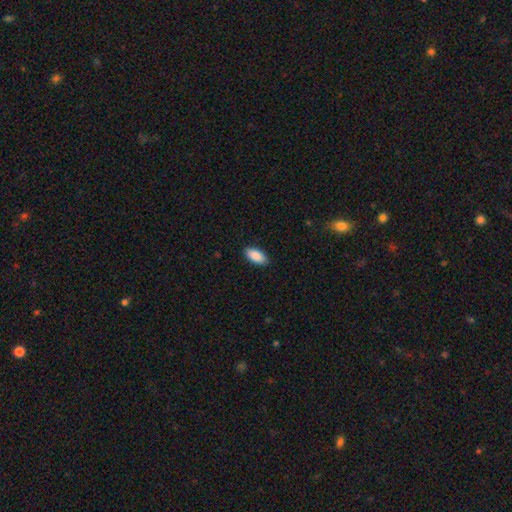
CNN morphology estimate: Smooth or featured? Predicted: smooth (p=0.90). How rounded? Predicted: in between (p=0.93). Merging? Predicted: none (p=0.90).